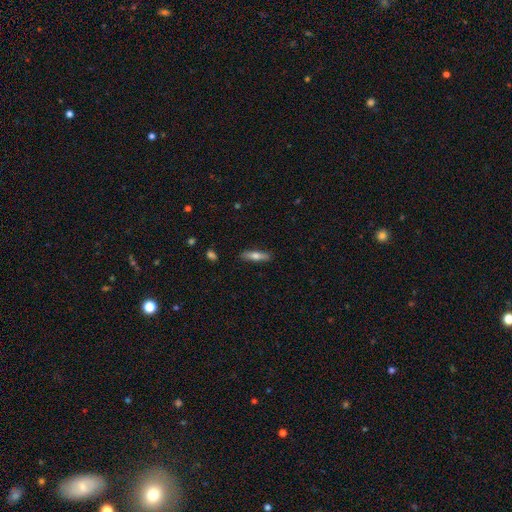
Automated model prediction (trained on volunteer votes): smooth-or-featured: smooth: 58% | featured or disk: 36% | star or artifact: 6%
  how-rounded: cigar-shaped: 77% | in between: 21% | round: 2%
  merging: none: 88% | minor disturbance: 9% | major disturbance: 2% | merger: 1%